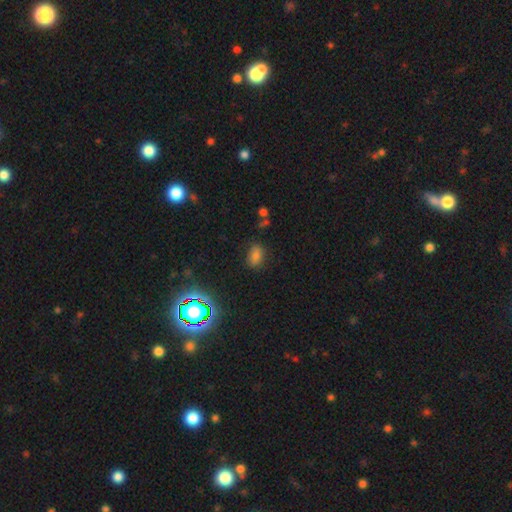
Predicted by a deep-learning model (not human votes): This appears to be a smooth galaxy with no disk features (70%) that is in between round and cigar-shaped (85%). Merging: none (75%).